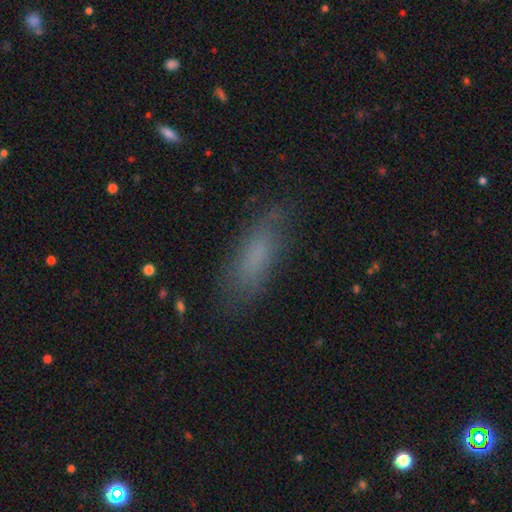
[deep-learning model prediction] smooth_or_featured: smooth (p=0.72) [alt: featured or disk p=0.18]
how_rounded: in between (p=0.56) [alt: cigar-shaped p=0.42]
merging: none (p=0.77) [alt: minor disturbance p=0.16]